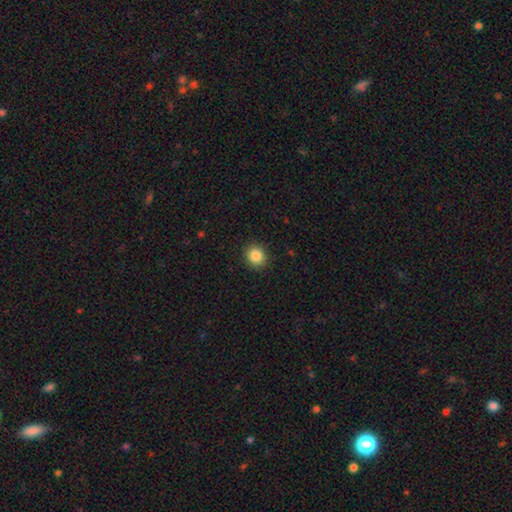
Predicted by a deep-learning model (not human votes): Q: Smooth or featured?
A: smooth (87%); runner-up: star or artifact (9%)
Q: How rounded?
A: round (79%); runner-up: in between (20%)
Q: Merging?
A: none (91%); runner-up: minor disturbance (6%)